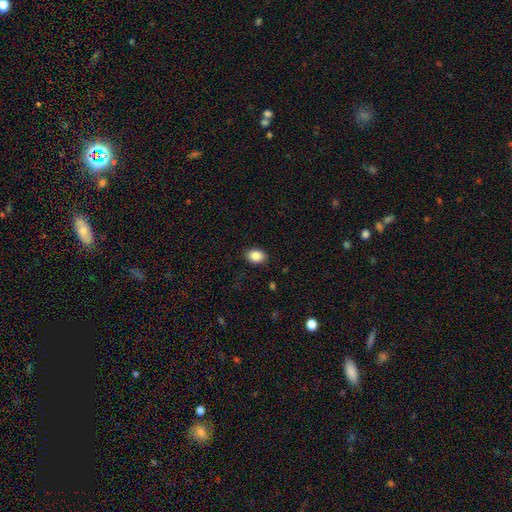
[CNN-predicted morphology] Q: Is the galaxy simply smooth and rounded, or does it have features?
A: smooth — 87%.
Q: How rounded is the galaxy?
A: in between — 75%.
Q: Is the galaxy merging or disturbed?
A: none — 88%.